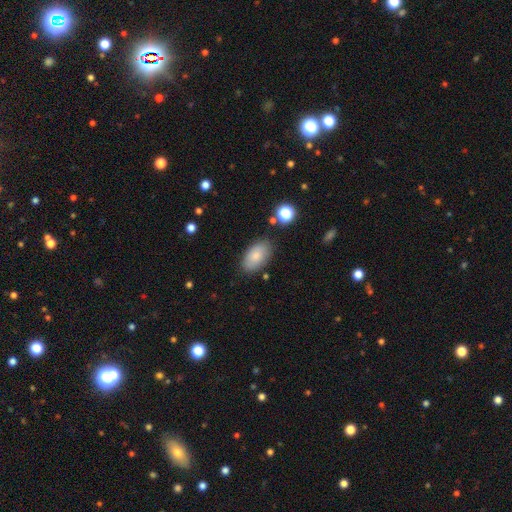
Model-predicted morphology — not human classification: This is clearly a smooth galaxy (81%). How rounded: clearly in between (93%). Merging: likely none (80%).